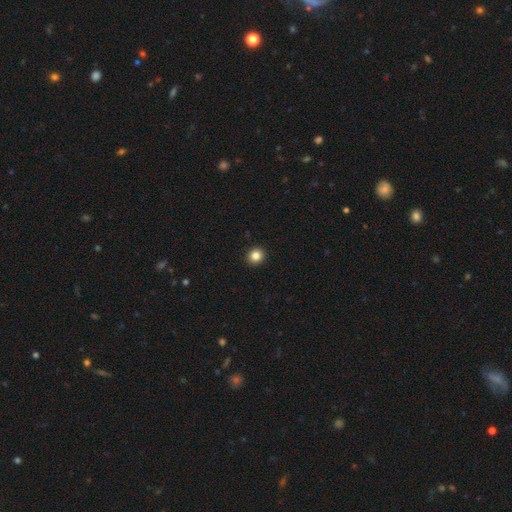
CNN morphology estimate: Smooth or featured?
  - smooth: 84% *
  - star or artifact: 11%
  - featured or disk: 5%
How rounded?
  - round: 89% *
  - in between: 10%
  - cigar-shaped: 1%
Merging?
  - none: 93% *
  - minor disturbance: 4%
  - major disturbance: 1%
  - merger: 1%